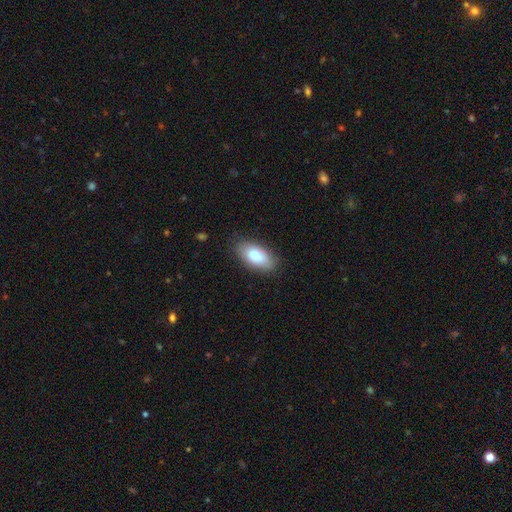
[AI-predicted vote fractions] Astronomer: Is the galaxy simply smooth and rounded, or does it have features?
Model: smooth — 84%.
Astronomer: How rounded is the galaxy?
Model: in between — 92%.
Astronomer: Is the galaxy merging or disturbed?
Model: none — 80%.